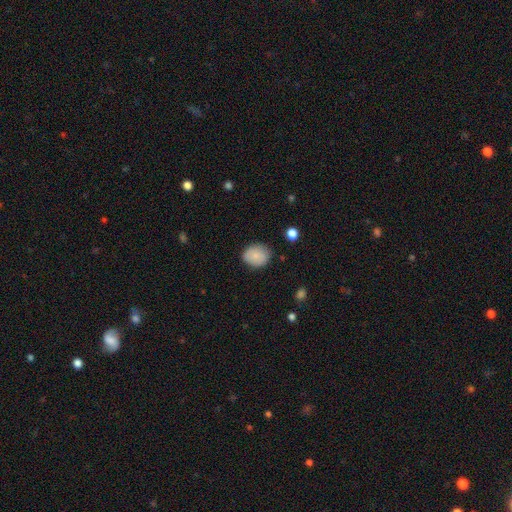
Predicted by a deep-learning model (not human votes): Q: Smooth or featured?
A: smooth (82%); runner-up: featured or disk (10%)
Q: How rounded?
A: round (54%); runner-up: in between (45%)
Q: Merging?
A: none (80%); runner-up: minor disturbance (15%)